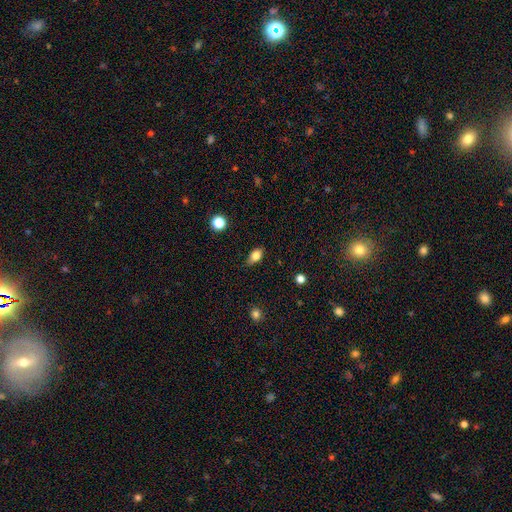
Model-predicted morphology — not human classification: Smooth or featured: smooth — 80% (featured or disk — 11%)
How rounded: in between — 85% (round — 10%)
Merging: none — 79% (minor disturbance — 17%)